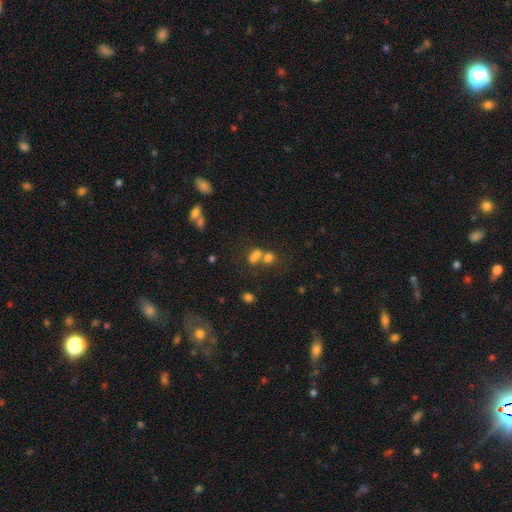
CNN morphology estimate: Smooth or featured? smooth (66%)
How rounded? round (52%)
Merging? merger (55%)